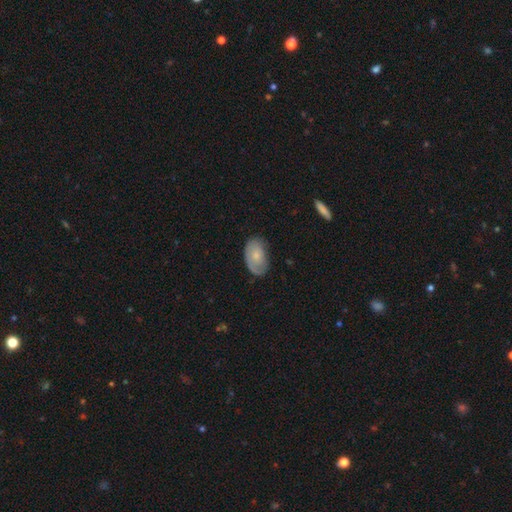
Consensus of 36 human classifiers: Overall: smooth (64%; featured or disk 36%). How rounded: in between (91%). Merging: none (81%).